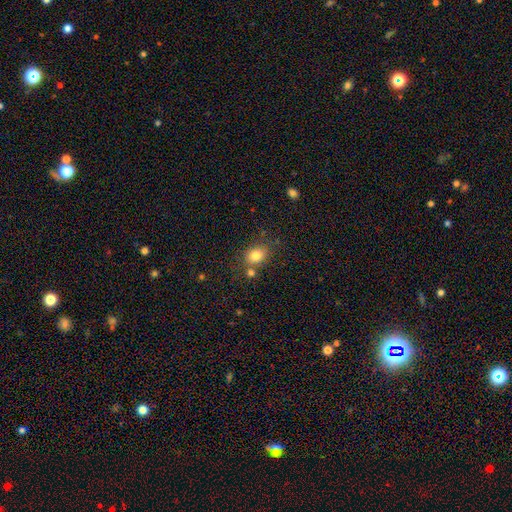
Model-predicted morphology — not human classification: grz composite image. It shows a smooth galaxy with no disk features (81%) that is in between round and cigar-shaped (62%). Merging: none (67%).